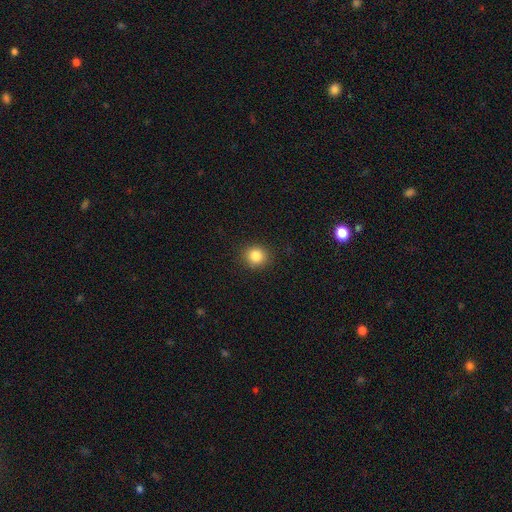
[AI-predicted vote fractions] smooth-or-featured: smooth: 84% | star or artifact: 11% | featured or disk: 5%
  how-rounded: round: 84% | in between: 15% | cigar-shaped: 1%
  merging: none: 89% | minor disturbance: 8% | major disturbance: 2% | merger: 1%